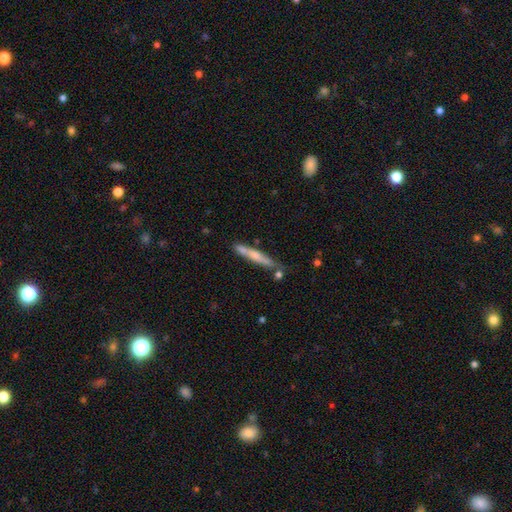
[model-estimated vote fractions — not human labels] Smooth or featured: smooth — 59% (featured or disk — 36%)
How rounded: cigar-shaped — 93% (in between — 5%)
Merging: none — 68% (minor disturbance — 17%)